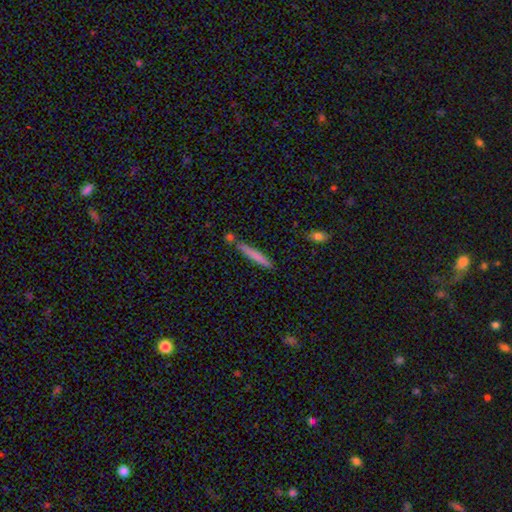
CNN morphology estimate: The model was most divided on "smooth or featured": smooth: 73%, featured or disk: 21%, star or artifact: 6%. More confident: how rounded — cigar-shaped (95%); merging — none (80%).